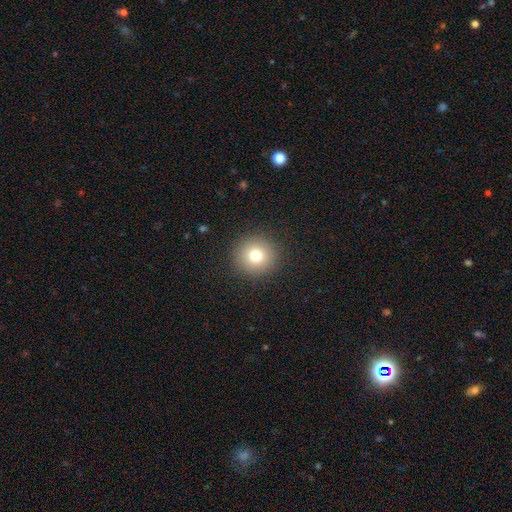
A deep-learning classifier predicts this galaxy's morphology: Smooth or featured?
  - smooth: 76% *
  - star or artifact: 13%
  - featured or disk: 11%
How rounded?
  - round: 94% *
  - in between: 5%
  - cigar-shaped: 1%
Merging?
  - none: 91% *
  - minor disturbance: 5%
  - major disturbance: 2%
  - merger: 1%